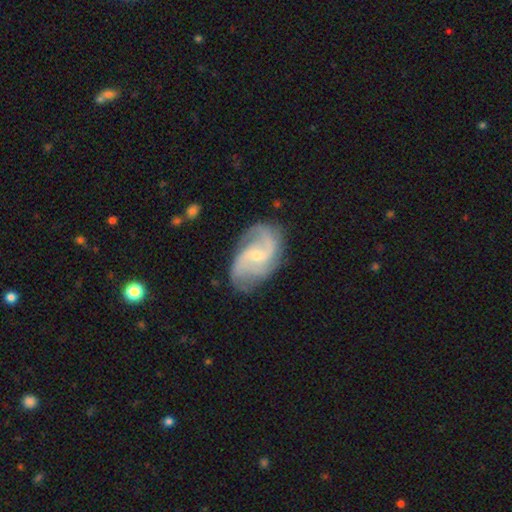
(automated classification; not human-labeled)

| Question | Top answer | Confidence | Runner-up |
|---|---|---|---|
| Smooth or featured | featured or disk | 87% | smooth (8%) |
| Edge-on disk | no | 97% | yes (3%) |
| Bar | no | 46% | weak (44%) |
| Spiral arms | yes | 97% | no (3%) |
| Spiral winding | medium | 50% | loose (30%) |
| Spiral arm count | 2 | 57% | 3 (22%) |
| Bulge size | small | 65% | moderate (31%) |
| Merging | none | 71% | minor disturbance (19%) |